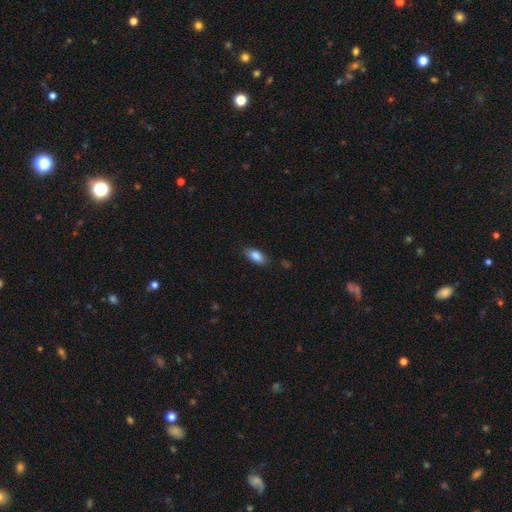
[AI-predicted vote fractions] smooth-or-featured: smooth: 86% | star or artifact: 7% | featured or disk: 6%
  how-rounded: in between: 88% | cigar-shaped: 8% | round: 3%
  merging: none: 83% | minor disturbance: 13% | major disturbance: 3% | merger: 1%